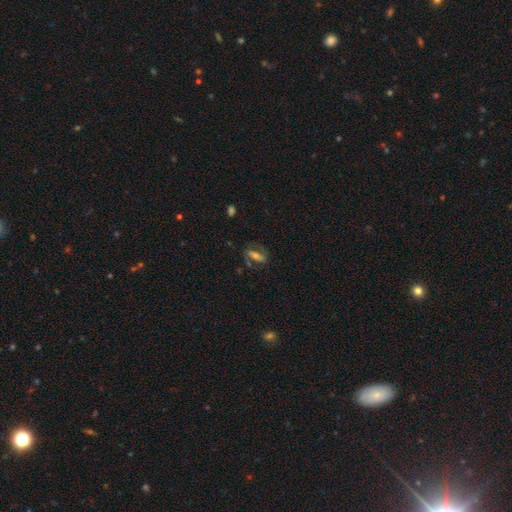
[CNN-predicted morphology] Smooth or featured?
  - featured or disk: 50% *
  - smooth: 40%
  - star or artifact: 10%
Edge-on disk?
  - no: 81% *
  - yes: 19%
Merging?
  - none: 65% *
  - minor disturbance: 19%
  - major disturbance: 12%
  - merger: 4%